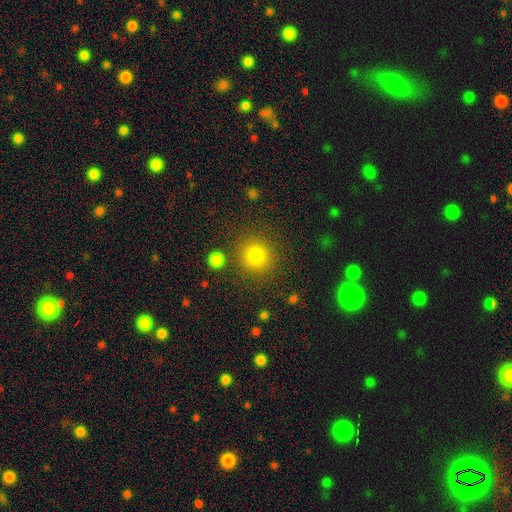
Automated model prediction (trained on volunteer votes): The model was most divided on "smooth or featured": smooth: 81%, star or artifact: 13%, featured or disk: 6%. More confident: how rounded — round (91%); merging — none (85%).